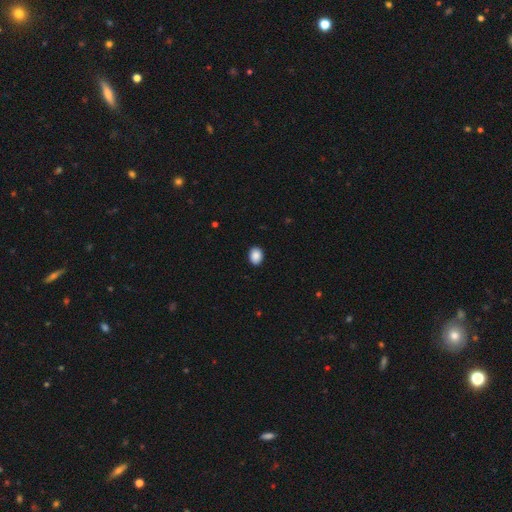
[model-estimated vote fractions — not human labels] The model was most divided on "how rounded": in between: 59%, round: 40%, cigar-shaped: 1%. More confident: merging — none (90%); smooth or featured — smooth (89%).